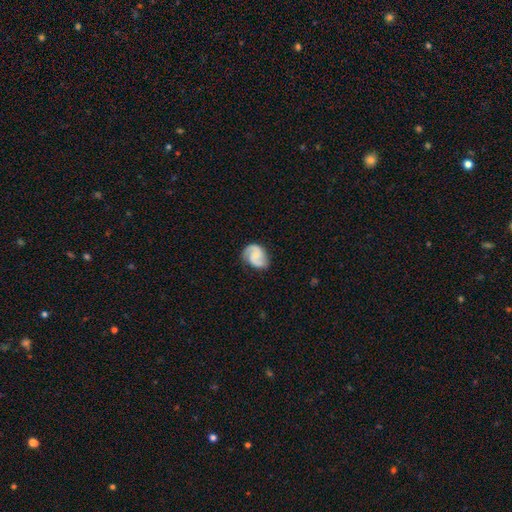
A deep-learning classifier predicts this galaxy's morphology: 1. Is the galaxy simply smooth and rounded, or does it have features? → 80% featured or disk, 14% smooth, 6% star or artifact.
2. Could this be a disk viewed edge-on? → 98% no, 2% yes.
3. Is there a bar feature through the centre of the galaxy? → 55% no, 36% weak, 9% strong.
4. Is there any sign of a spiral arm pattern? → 97% yes, 3% no.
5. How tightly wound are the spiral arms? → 50% medium, 28% tight, 22% loose.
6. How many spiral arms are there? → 89% 2, 3% 1, 3% can't tell, 2% 3, 1% 4, 1% more than 4.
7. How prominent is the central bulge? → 49% none, 31% small, 15% moderate, 3% large, 1% dominant.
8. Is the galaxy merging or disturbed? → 77% none, 16% minor disturbance, 6% major disturbance, 1% merger.